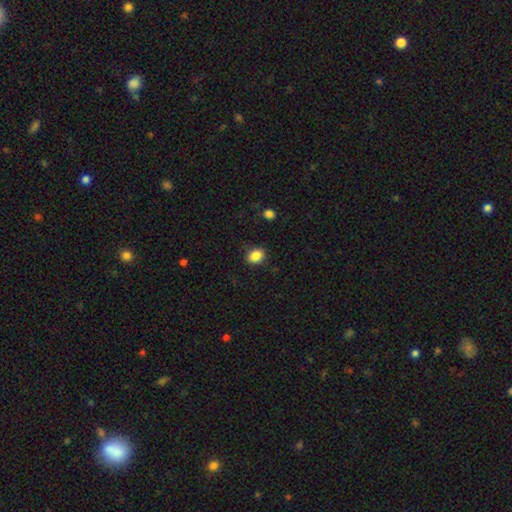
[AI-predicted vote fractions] Smooth or featured?
  - smooth: 86% *
  - star or artifact: 10%
  - featured or disk: 4%
How rounded?
  - in between: 58% *
  - round: 41%
  - cigar-shaped: 1%
Merging?
  - none: 84% *
  - minor disturbance: 12%
  - major disturbance: 3%
  - merger: 1%